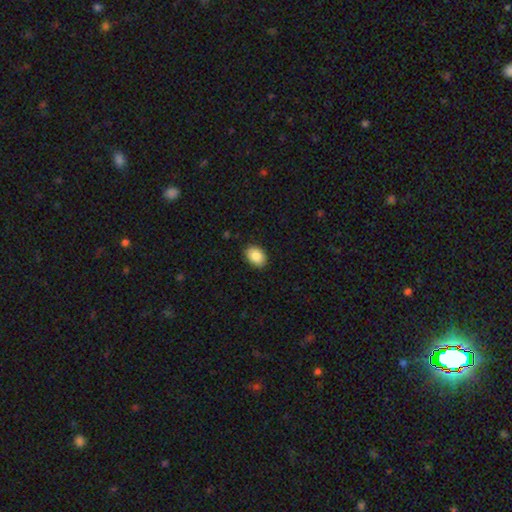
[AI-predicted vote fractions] smooth_or_featured: smooth (p=0.86) [alt: star or artifact p=0.07]
how_rounded: in between (p=0.79) [alt: round p=0.20]
merging: none (p=0.89) [alt: minor disturbance p=0.08]